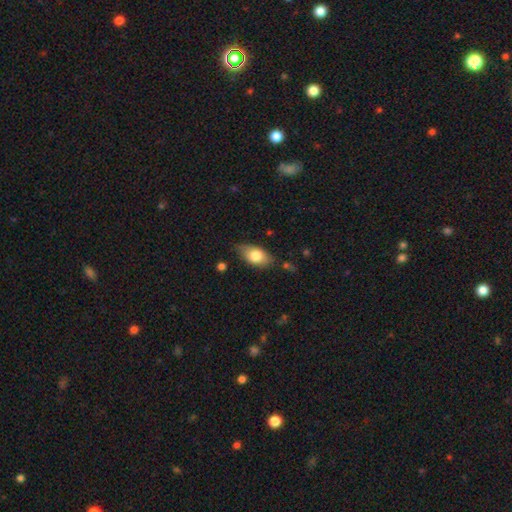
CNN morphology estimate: smooth-or-featured: smooth: 76% | featured or disk: 17% | star or artifact: 7%
  how-rounded: in between: 89% | round: 6% | cigar-shaped: 5%
  merging: none: 72% | minor disturbance: 21% | major disturbance: 4% | merger: 2%